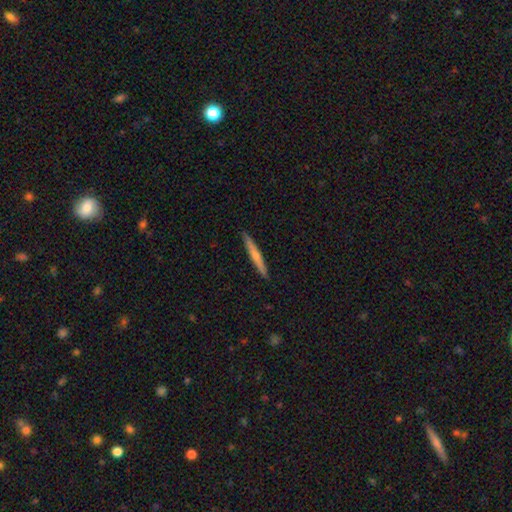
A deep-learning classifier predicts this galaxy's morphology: The model was most divided on "smooth or featured": smooth: 55%, featured or disk: 39%, star or artifact: 5%. More confident: how rounded — cigar-shaped (96%); merging — none (91%).